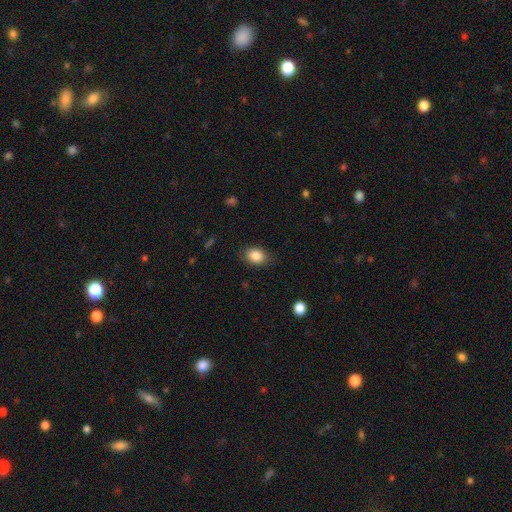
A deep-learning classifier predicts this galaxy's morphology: Smooth or featured? Predicted: smooth (p=0.86). How rounded? Predicted: in between (p=0.67). Merging? Predicted: none (p=0.83).